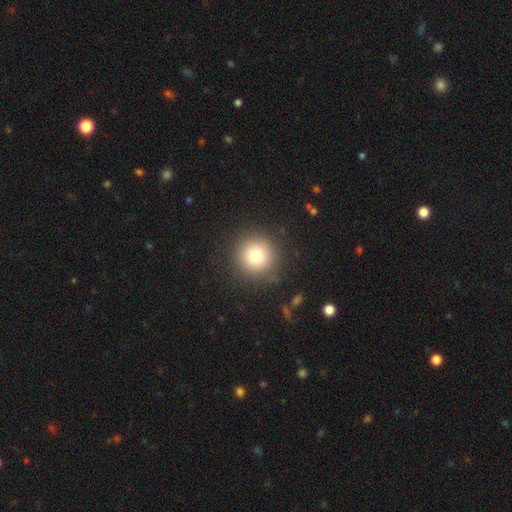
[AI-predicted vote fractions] A smooth galaxy with no disk features (78%) that is round (95%).

Vote fractions:
- Smooth or featured? smooth: 78% / star or artifact: 12% / featured or disk: 10%
- How rounded? round: 95% / in between: 4% / cigar-shaped: 1%
- Merging? none: 89% / minor disturbance: 7% / major disturbance: 3% / merger: 1%